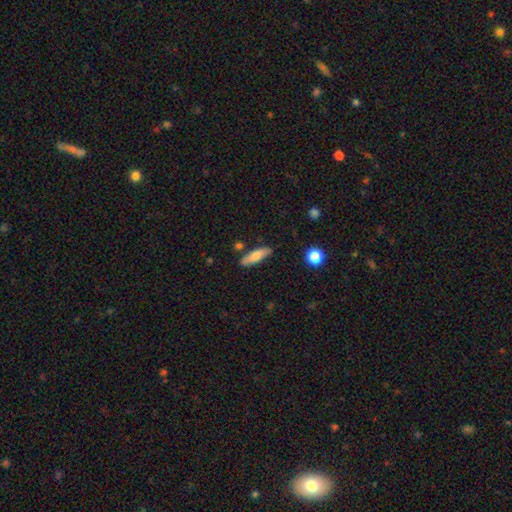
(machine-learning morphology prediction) smooth-or-featured: smooth: 75% | featured or disk: 19% | star or artifact: 7%
  how-rounded: cigar-shaped: 54% | in between: 43% | round: 2%
  merging: none: 80% | minor disturbance: 13% | merger: 4% | major disturbance: 3%